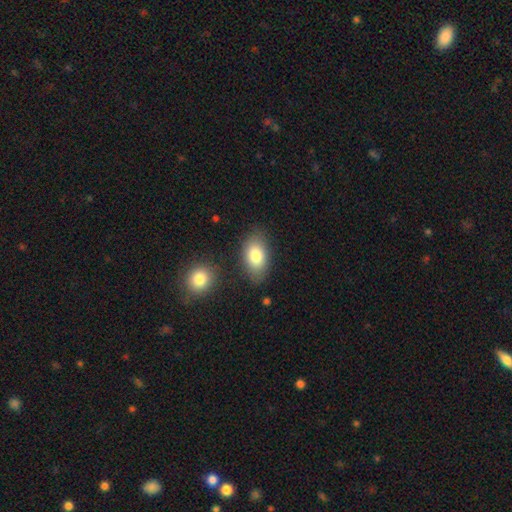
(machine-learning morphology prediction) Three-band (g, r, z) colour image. It shows a smooth galaxy with no disk features (83%) that is in between round and cigar-shaped (91%). Merging: none (80%).